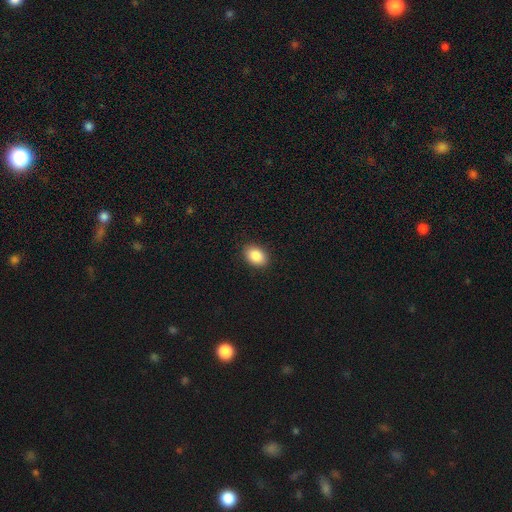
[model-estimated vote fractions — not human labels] Smooth or featured? smooth (87%)
How rounded? in between (80%)
Merging? none (90%)